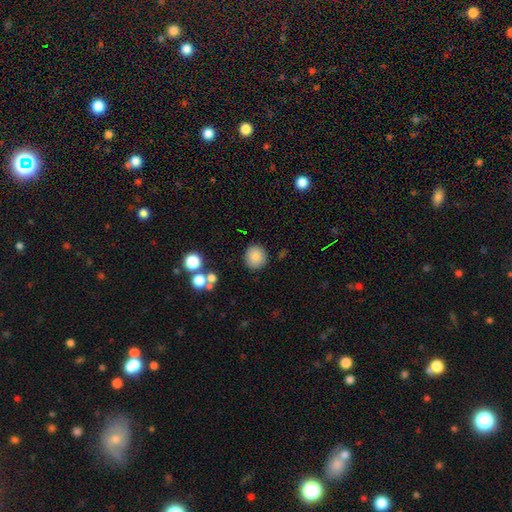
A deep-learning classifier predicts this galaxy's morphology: Smooth or featured: smooth — 85% (star or artifact — 9%)
How rounded: round — 91% (in between — 8%)
Merging: none — 88% (minor disturbance — 7%)